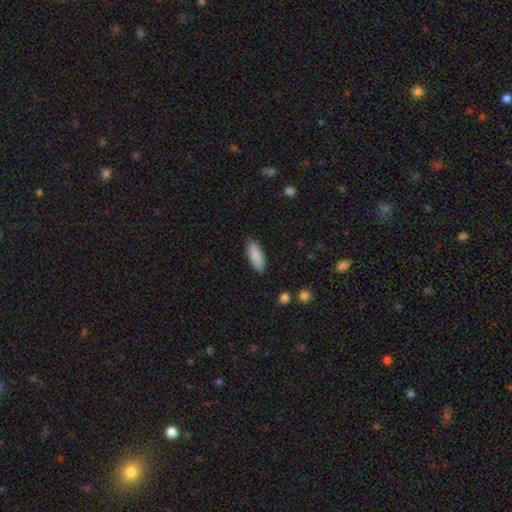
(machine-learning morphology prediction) type=smooth (89%); roundness=in between (69%); merging=none (87%).